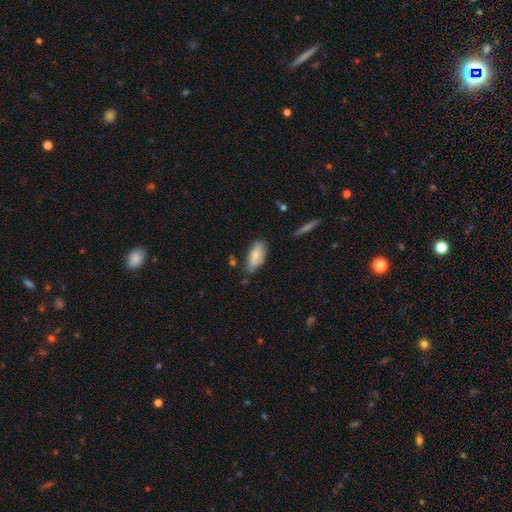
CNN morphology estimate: Smooth or featured?
  - smooth: 79% *
  - featured or disk: 15%
  - star or artifact: 6%
How rounded?
  - in between: 84% *
  - cigar-shaped: 14%
  - round: 2%
Merging?
  - none: 60% *
  - minor disturbance: 30%
  - major disturbance: 5%
  - merger: 4%